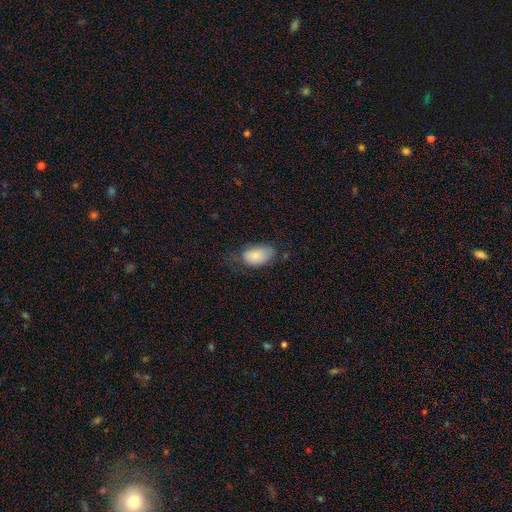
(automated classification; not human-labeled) smooth-or-featured: smooth: 84% | featured or disk: 9% | star or artifact: 7%
  how-rounded: in between: 93% | round: 5% | cigar-shaped: 1%
  merging: none: 50% | minor disturbance: 35% | major disturbance: 14% | merger: 2%